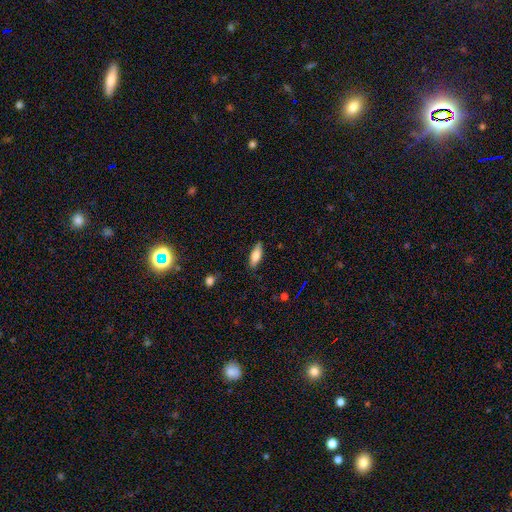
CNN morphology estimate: Smooth or featured?
  - smooth: 80% *
  - featured or disk: 13%
  - star or artifact: 7%
How rounded?
  - in between: 72% *
  - cigar-shaped: 26%
  - round: 2%
Merging?
  - none: 83% *
  - minor disturbance: 13%
  - major disturbance: 3%
  - merger: 1%